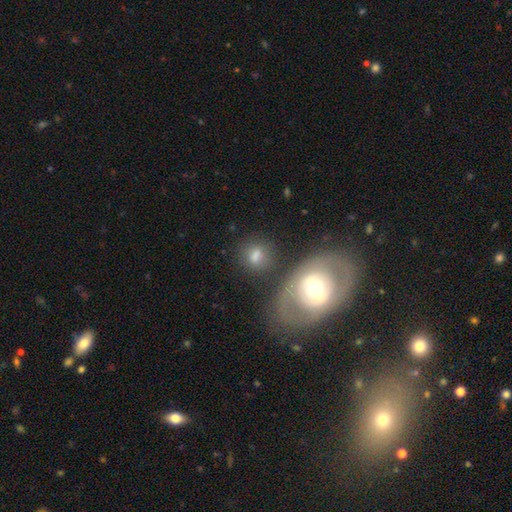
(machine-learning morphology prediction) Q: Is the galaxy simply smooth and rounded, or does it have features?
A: smooth — 73%.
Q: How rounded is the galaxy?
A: round — 64%.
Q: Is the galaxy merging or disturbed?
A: none — 60%.